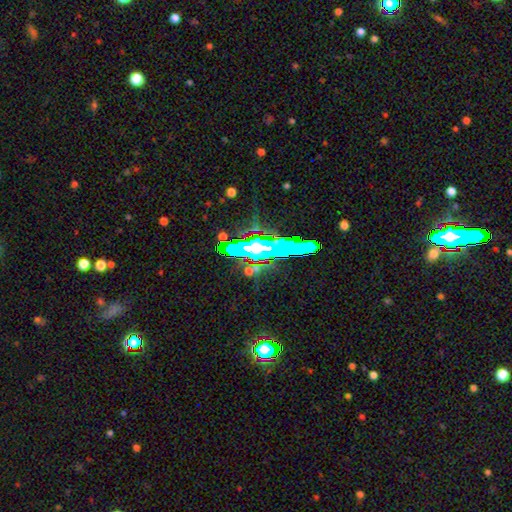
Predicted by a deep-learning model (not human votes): This appears to be a star or artifact, not a galaxy (44%).